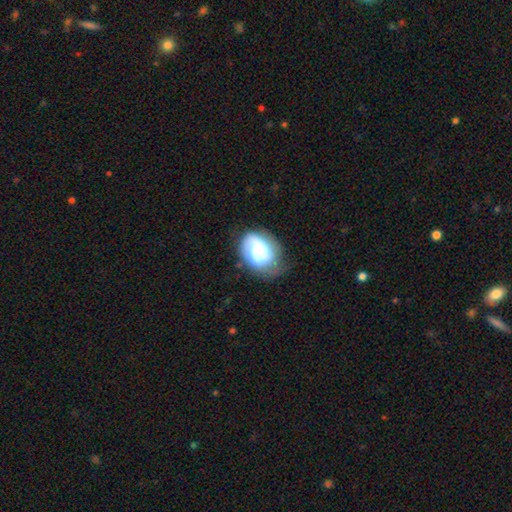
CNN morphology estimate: Q: Smooth or featured?
A: smooth (55%); runner-up: featured or disk (37%)
Q: How rounded?
A: in between (68%); runner-up: round (31%)
Q: Merging?
A: none (45%); runner-up: minor disturbance (34%)